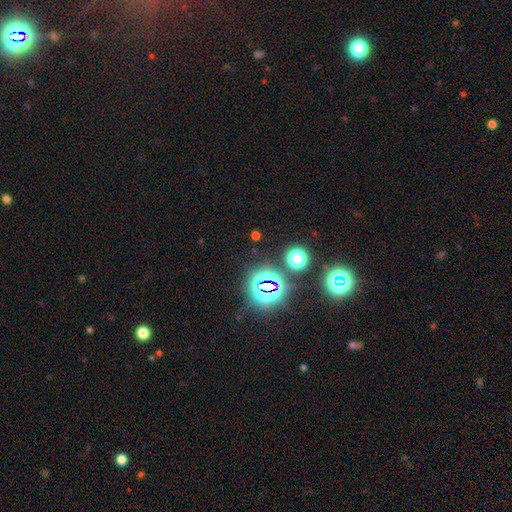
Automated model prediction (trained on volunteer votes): This is likely a star or artifact rather than a galaxy (77%).